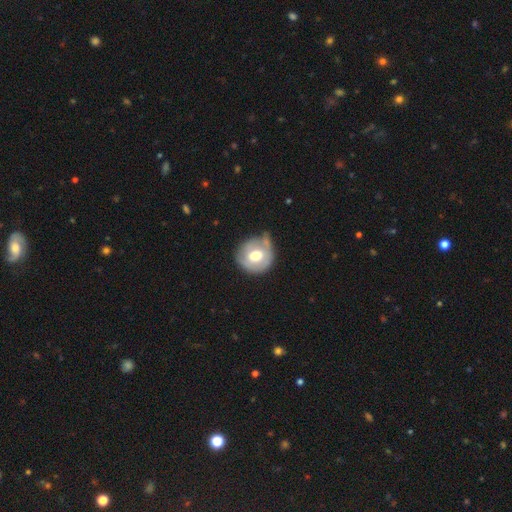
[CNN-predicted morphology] Overall: smooth (57%; featured or disk 36%). How rounded: round (87%). Merging: none (49%; minor disturbance 33%).